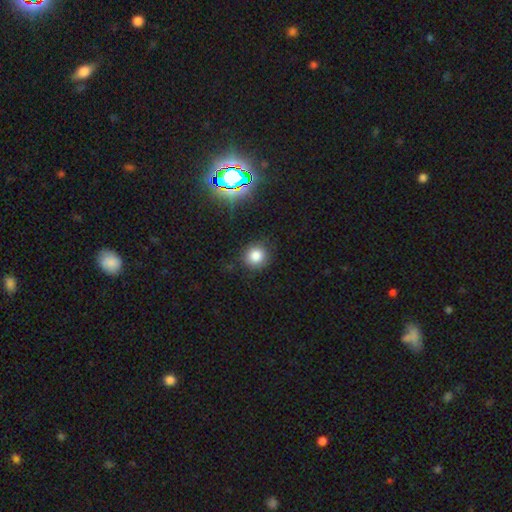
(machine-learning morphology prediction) Q: Smooth or featured?
A: smooth (79%); runner-up: star or artifact (15%)
Q: How rounded?
A: round (90%); runner-up: in between (9%)
Q: Merging?
A: none (86%); runner-up: minor disturbance (9%)